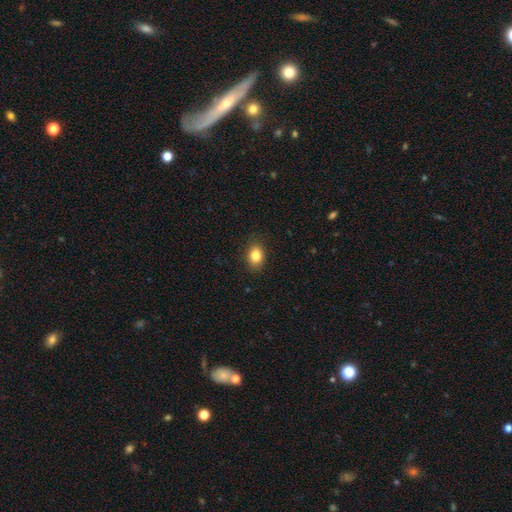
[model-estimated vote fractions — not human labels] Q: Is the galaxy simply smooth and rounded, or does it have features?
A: smooth — 83%.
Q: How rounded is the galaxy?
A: in between — 65%.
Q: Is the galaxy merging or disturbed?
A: none — 88%.